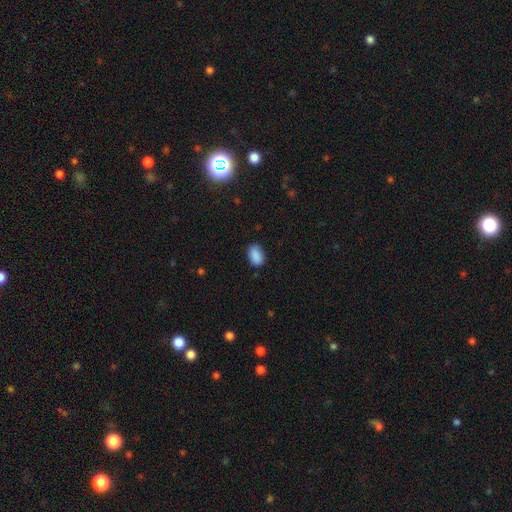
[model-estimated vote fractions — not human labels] Smooth or featured?
  - smooth: 88% *
  - star or artifact: 8%
  - featured or disk: 4%
How rounded?
  - in between: 88% *
  - round: 10%
  - cigar-shaped: 2%
Merging?
  - none: 80% *
  - minor disturbance: 16%
  - major disturbance: 3%
  - merger: 1%